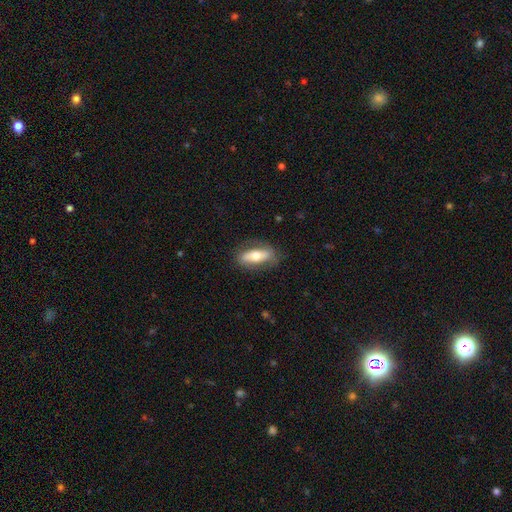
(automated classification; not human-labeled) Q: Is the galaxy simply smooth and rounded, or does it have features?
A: smooth — 55%.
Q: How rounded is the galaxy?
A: in between — 70%.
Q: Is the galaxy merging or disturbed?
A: none — 76%.